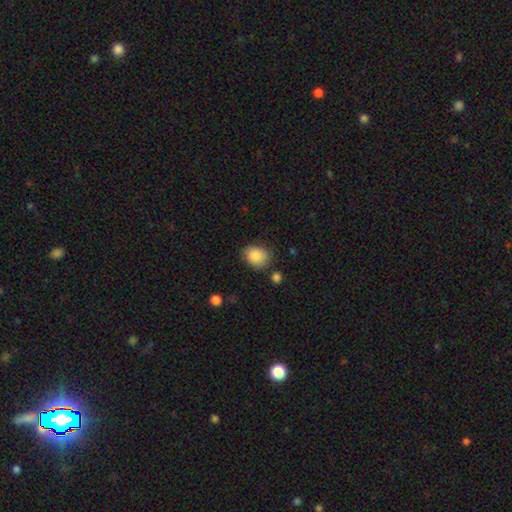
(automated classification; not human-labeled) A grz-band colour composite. It shows a smooth galaxy with no disk features (85%) that is round (54%). Merging: none (75%).